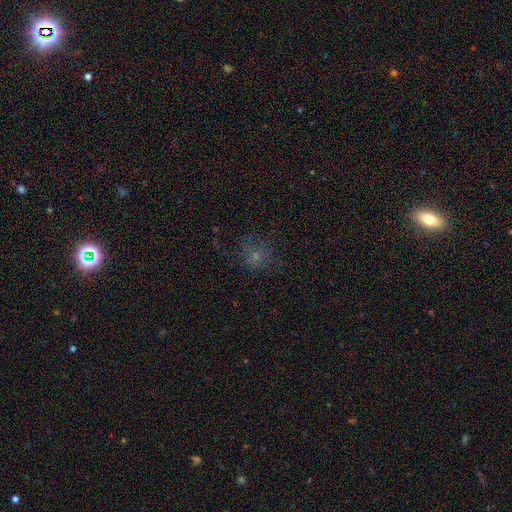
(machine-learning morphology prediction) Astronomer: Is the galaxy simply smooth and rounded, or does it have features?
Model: smooth — 62%.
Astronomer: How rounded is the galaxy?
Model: round — 81%.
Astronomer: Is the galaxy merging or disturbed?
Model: none — 67%.